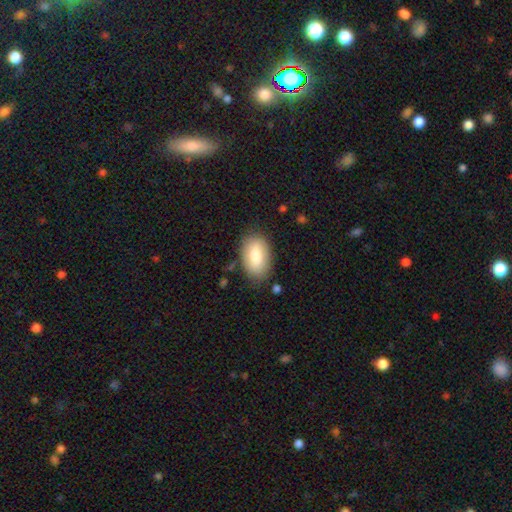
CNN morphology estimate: Q: Smooth or featured?
A: smooth (81%); runner-up: featured or disk (13%)
Q: How rounded?
A: in between (92%); runner-up: round (6%)
Q: Merging?
A: none (81%); runner-up: minor disturbance (13%)